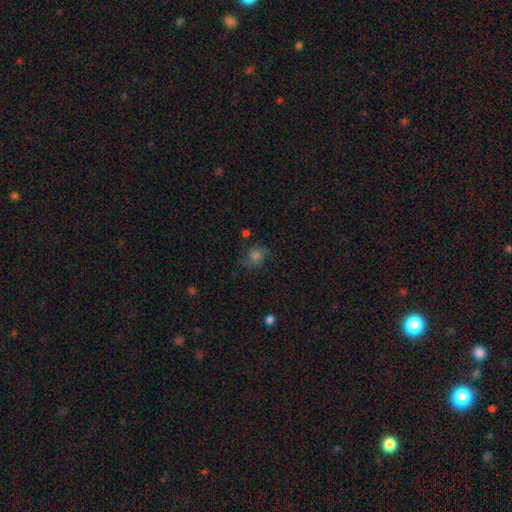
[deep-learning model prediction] Smooth or featured?
  - smooth: 57% *
  - star or artifact: 23%
  - featured or disk: 21%
How rounded?
  - round: 67% *
  - in between: 31%
  - cigar-shaped: 1%
Merging?
  - none: 69% *
  - minor disturbance: 20%
  - major disturbance: 9%
  - merger: 2%